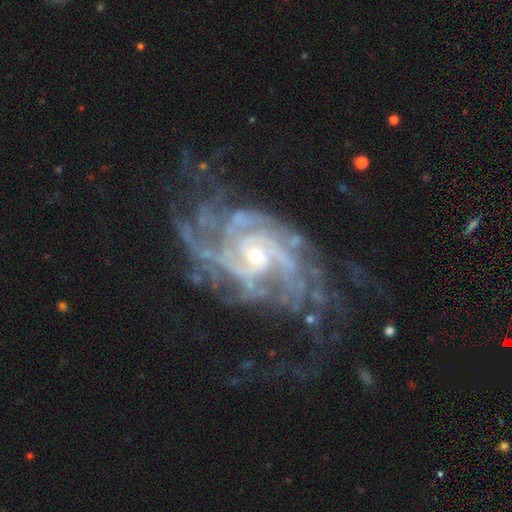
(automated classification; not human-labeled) featured or disk 91%, star or artifact 6%, smooth 3%. Down the decision tree: edge-on disk — no (97%); bar — no (56%); spiral arms — yes (97%); spiral arm count — can't tell (28%); spiral winding — tight (58%); bulge size — small (52%); merging — none (57%).